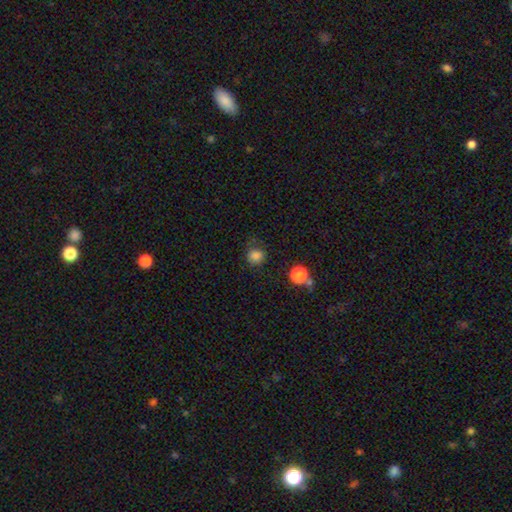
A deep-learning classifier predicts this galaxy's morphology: smooth_or_featured: smooth (p=0.83) [alt: star or artifact p=0.13]
how_rounded: round (p=0.88) [alt: in between p=0.11]
merging: none (p=0.79) [alt: minor disturbance p=0.14]